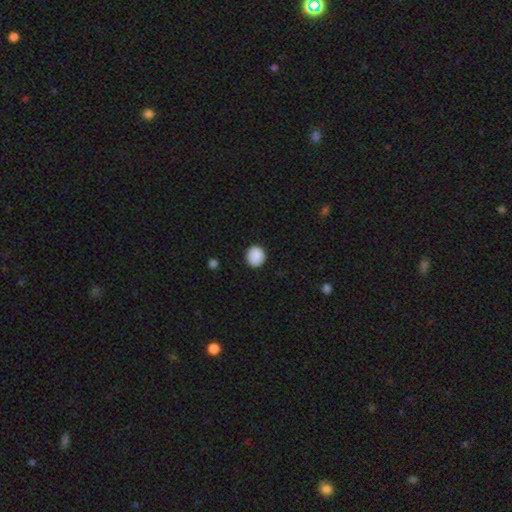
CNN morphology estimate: A smooth galaxy with no disk features (89%) that is round (88%). Merging: none (90%).